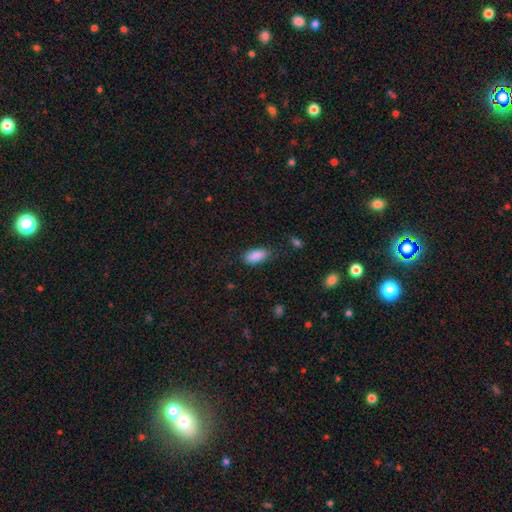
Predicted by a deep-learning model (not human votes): This is clearly a smooth galaxy (89%). How rounded: clearly in between (90%). Merging: likely none (77%).